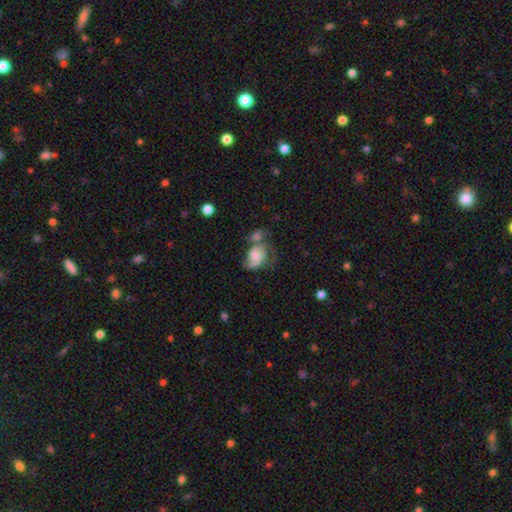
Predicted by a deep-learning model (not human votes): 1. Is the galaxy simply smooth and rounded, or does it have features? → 51% featured or disk, 41% smooth, 7% star or artifact.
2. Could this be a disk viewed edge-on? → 97% no, 3% yes.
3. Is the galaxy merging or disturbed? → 30% merger, 26% none, 23% major disturbance, 22% minor disturbance.